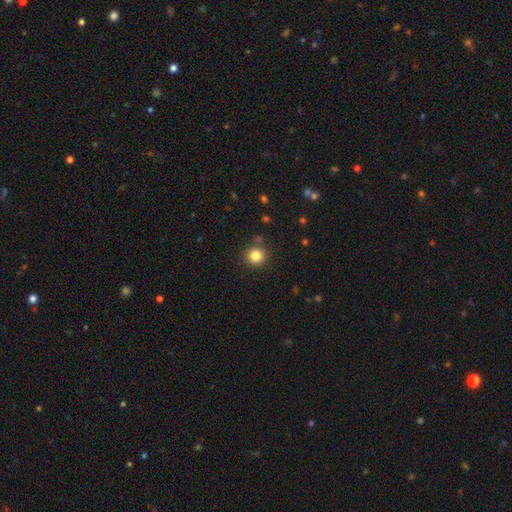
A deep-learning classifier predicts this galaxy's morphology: smooth-or-featured: smooth: 83% | star or artifact: 12% | featured or disk: 5%
  how-rounded: round: 91% | in between: 8% | cigar-shaped: 1%
  merging: none: 86% | minor disturbance: 8% | merger: 4% | major disturbance: 3%